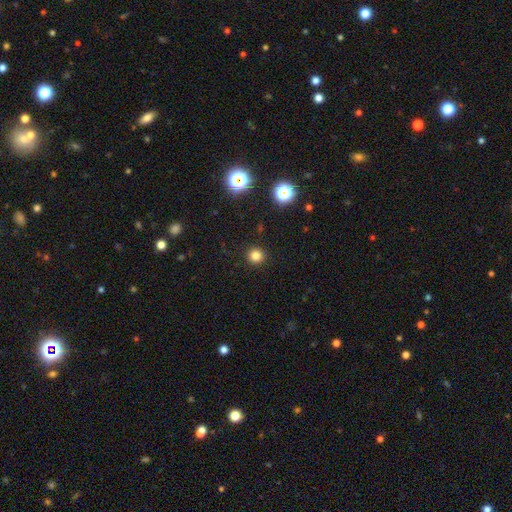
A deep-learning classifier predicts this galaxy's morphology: smooth 80%, star or artifact 15%, featured or disk 5%. Down the decision tree: how rounded — round (93%); merging — none (92%).